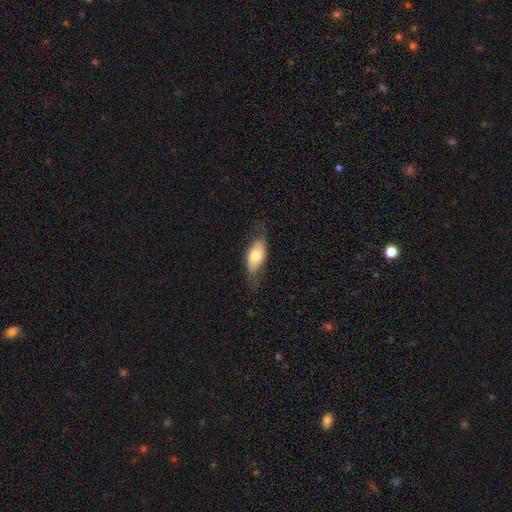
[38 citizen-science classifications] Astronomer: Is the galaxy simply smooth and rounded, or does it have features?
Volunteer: smooth — 66%.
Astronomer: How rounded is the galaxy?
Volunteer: in between — 92%.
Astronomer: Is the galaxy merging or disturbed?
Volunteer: none — 68%.